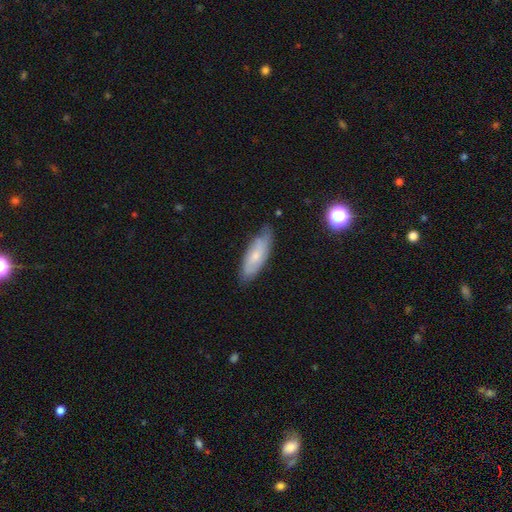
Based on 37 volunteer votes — This is possibly a featured or disk galaxy (51%). It is clearly not viewed edge-on (84%). Bar: likely no (62%). Spiral arm pattern: clearly yes (81%). Spiral arm count: likely 2 (69%). Spiral winding: possibly medium (54%). Central bulge: possibly small (56%). Merging: likely none (60%).